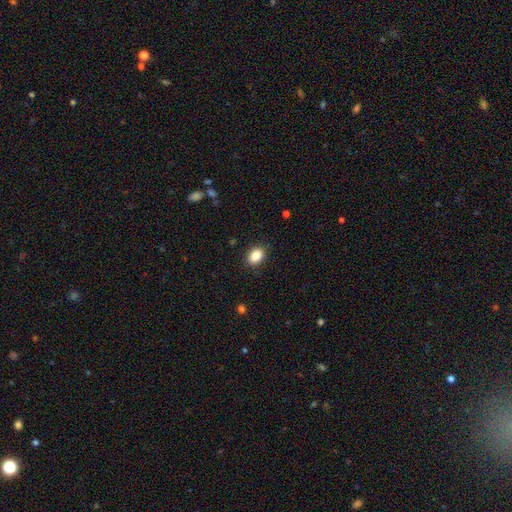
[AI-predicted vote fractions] This is clearly a smooth galaxy (87%). How rounded: clearly in between (82%). Merging: clearly none (89%).